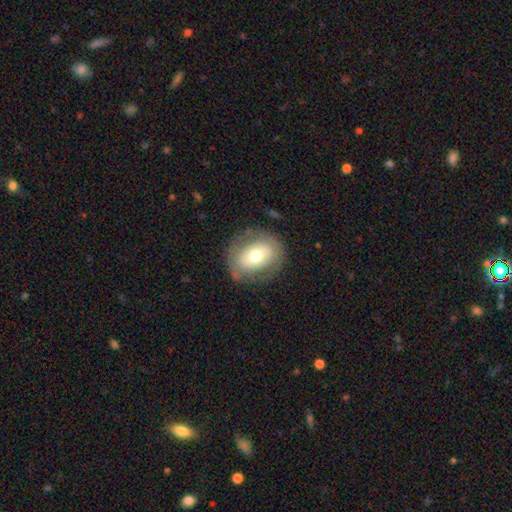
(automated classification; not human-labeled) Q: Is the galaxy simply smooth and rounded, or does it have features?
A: smooth — 55%.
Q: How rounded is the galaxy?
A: round — 59%.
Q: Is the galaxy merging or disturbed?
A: none — 78%.